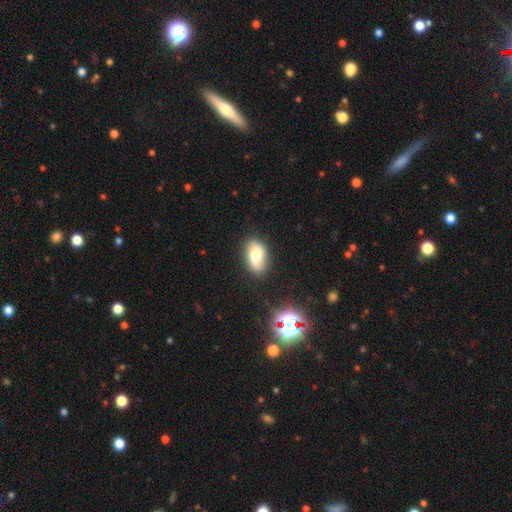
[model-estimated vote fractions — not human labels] Smooth or featured?
  - smooth: 72% *
  - featured or disk: 18%
  - star or artifact: 10%
How rounded?
  - in between: 89% *
  - round: 8%
  - cigar-shaped: 4%
Merging?
  - none: 80% *
  - minor disturbance: 14%
  - major disturbance: 3%
  - merger: 2%